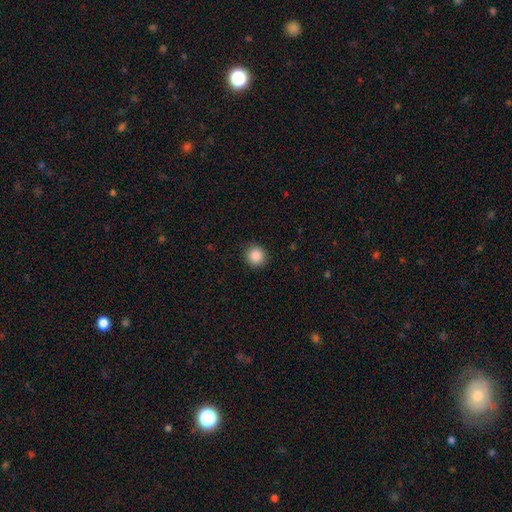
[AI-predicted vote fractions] smooth_or_featured: smooth (p=0.88) [alt: star or artifact p=0.09]
how_rounded: round (p=0.94) [alt: in between p=0.05]
merging: none (p=0.91) [alt: minor disturbance p=0.06]